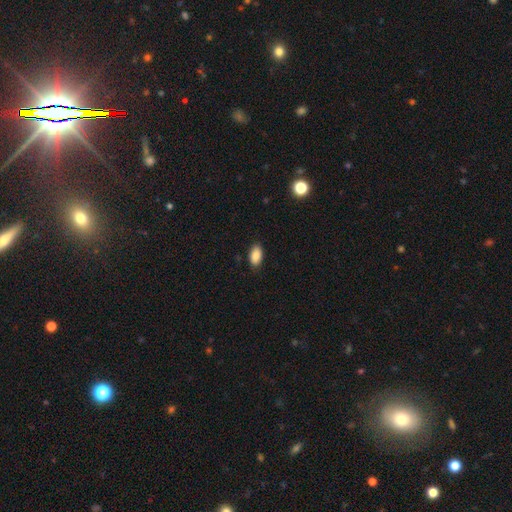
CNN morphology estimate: smooth-or-featured: smooth: 88% | star or artifact: 7% | featured or disk: 4%
  how-rounded: in between: 94% | round: 4% | cigar-shaped: 2%
  merging: none: 86% | minor disturbance: 10% | major disturbance: 2% | merger: 1%